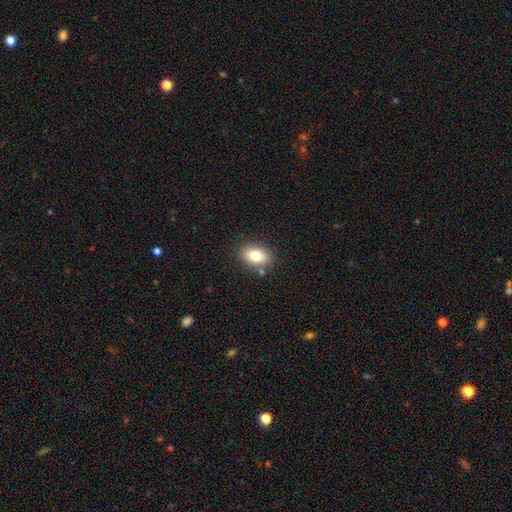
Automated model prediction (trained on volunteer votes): smooth 78%, featured or disk 13%, star or artifact 9%. Down the decision tree: how rounded — in between (79%); merging — none (82%).